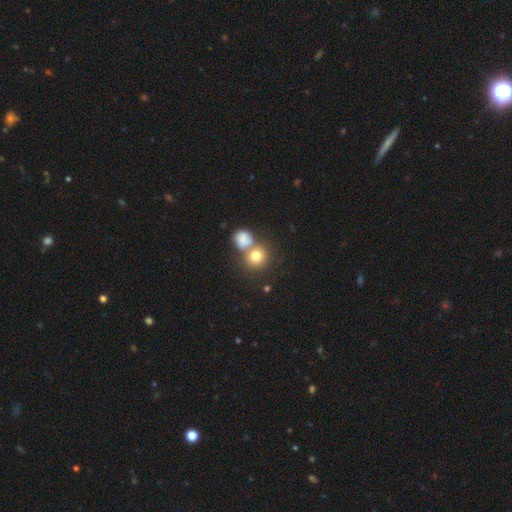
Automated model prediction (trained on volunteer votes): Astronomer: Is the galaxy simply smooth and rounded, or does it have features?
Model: smooth — 77%.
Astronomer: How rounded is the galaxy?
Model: round — 83%.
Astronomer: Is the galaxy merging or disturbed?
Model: none — 46% (runner-up: merger, 41%).